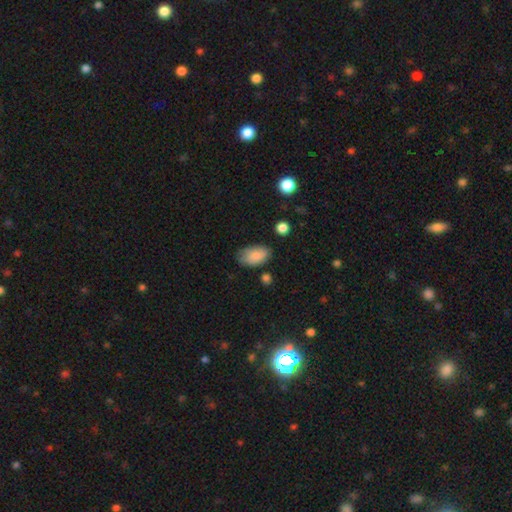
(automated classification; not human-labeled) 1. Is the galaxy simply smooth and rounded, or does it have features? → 86% smooth, 7% featured or disk, 7% star or artifact.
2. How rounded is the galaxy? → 93% in between, 5% round, 2% cigar-shaped.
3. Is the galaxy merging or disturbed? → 71% none, 22% minor disturbance, 5% major disturbance, 3% merger.